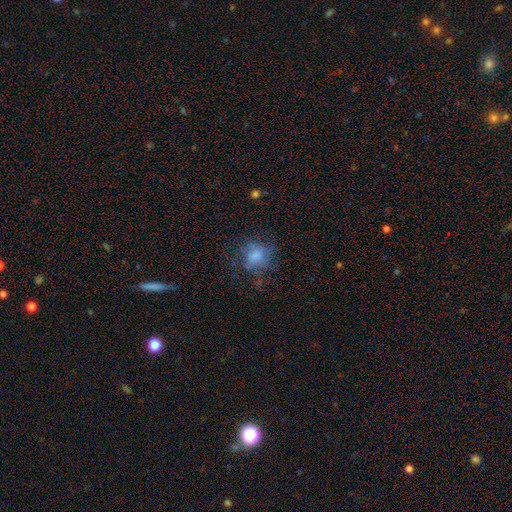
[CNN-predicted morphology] Smooth or featured: smooth — 58% (featured or disk — 28%)
How rounded: round — 72% (in between — 27%)
Merging: none — 53% (major disturbance — 24%)